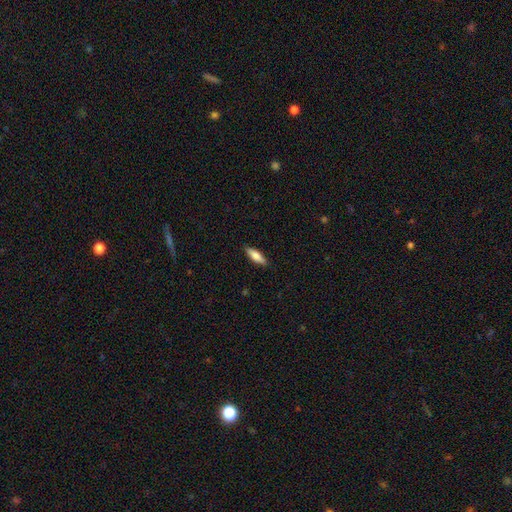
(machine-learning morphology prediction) This is likely a smooth galaxy (73%). How rounded: possibly cigar-shaped (52%). Merging: clearly none (88%).